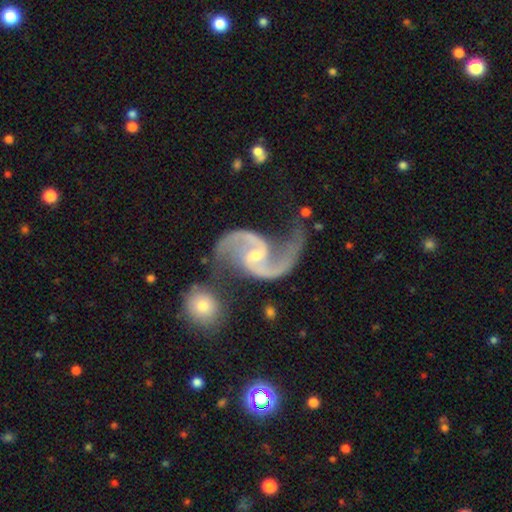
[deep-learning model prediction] The model was most divided on "spiral winding": loose: 47%, medium: 45%, tight: 8%. Remaining: spiral arms — yes (98%); edge-on disk — no (98%); smooth or featured — featured or disk (94%); spiral arm count — 2 (94%); bulge size — small (64%); merging — none (58%); bar — weak (46%).